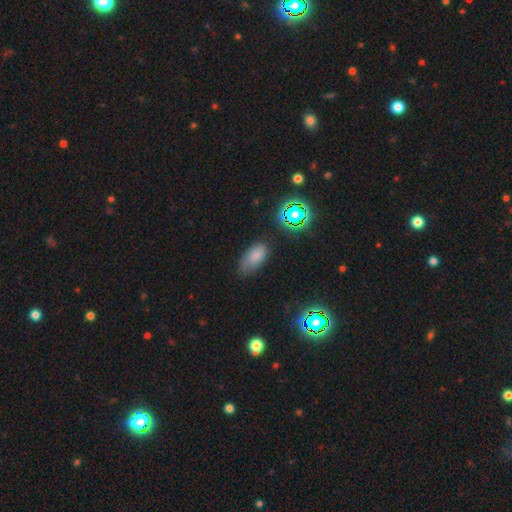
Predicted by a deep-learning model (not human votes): Q: Smooth or featured?
A: smooth (75%); runner-up: star or artifact (15%)
Q: How rounded?
A: in between (91%); runner-up: cigar-shaped (5%)
Q: Merging?
A: none (66%); runner-up: minor disturbance (25%)